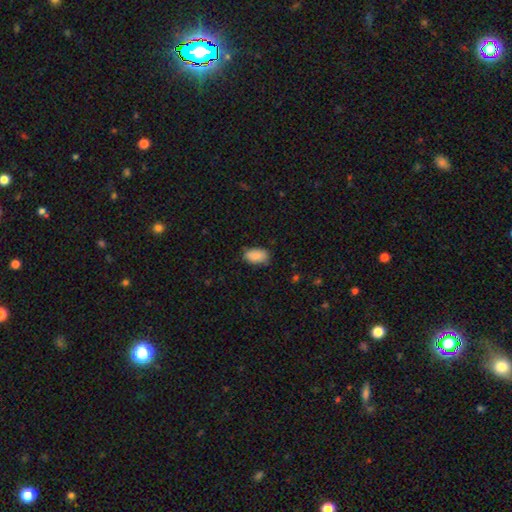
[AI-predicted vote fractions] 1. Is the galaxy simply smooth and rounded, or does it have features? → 88% smooth, 7% star or artifact, 5% featured or disk.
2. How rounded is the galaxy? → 93% in between, 5% round, 2% cigar-shaped.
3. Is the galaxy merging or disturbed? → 75% none, 21% minor disturbance, 3% major disturbance, 1% merger.